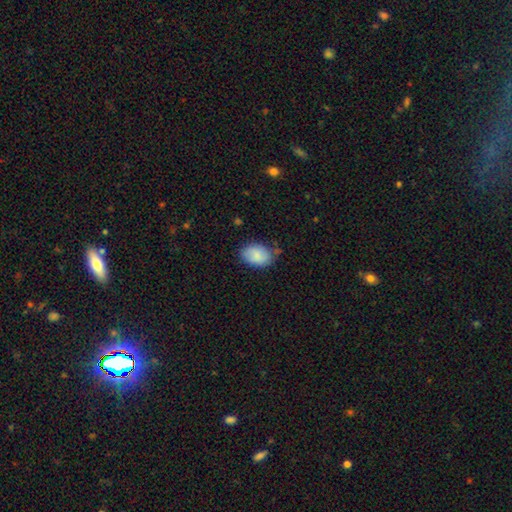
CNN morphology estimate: This is clearly a smooth galaxy (87%). How rounded: clearly in between (84%). Merging: likely none (72%).